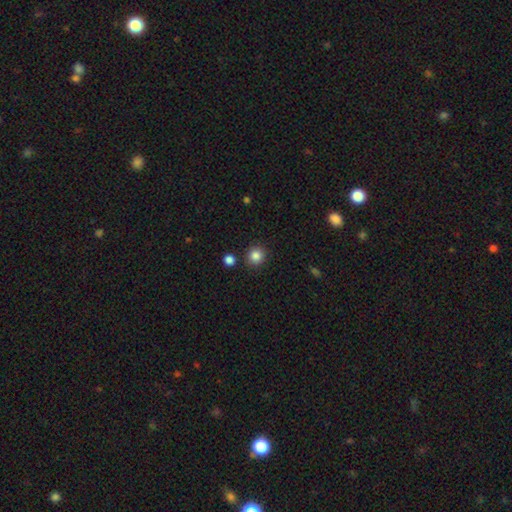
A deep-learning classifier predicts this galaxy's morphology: This is clearly a smooth galaxy (85%). How rounded: clearly round (91%). Merging: clearly none (88%).